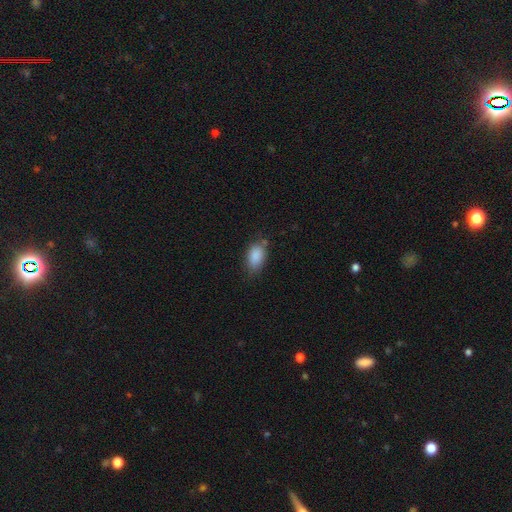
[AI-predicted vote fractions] The model was most divided on "merging": none: 68%, minor disturbance: 23%, major disturbance: 5%, merger: 3%. More confident: how rounded — in between (91%); smooth or featured — smooth (88%).